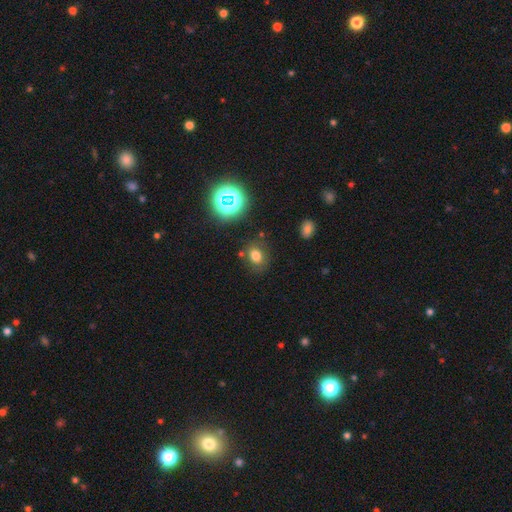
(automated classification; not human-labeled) smooth_or_featured: smooth (p=0.71) [alt: star or artifact p=0.19]
how_rounded: in between (p=0.55) [alt: round p=0.44]
merging: none (p=0.76) [alt: minor disturbance p=0.14]